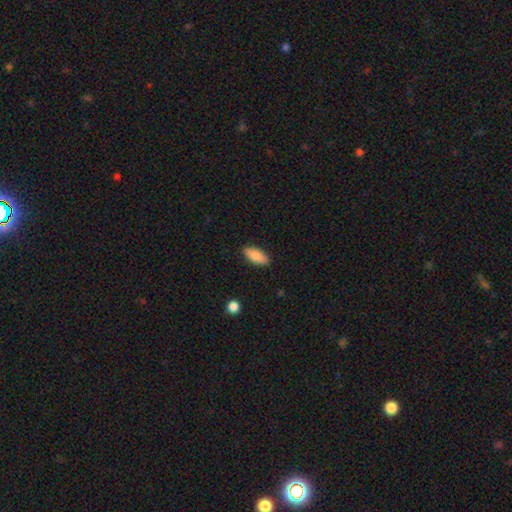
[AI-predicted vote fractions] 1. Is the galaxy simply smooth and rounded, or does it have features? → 86% smooth, 7% featured or disk, 6% star or artifact.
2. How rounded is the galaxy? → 85% in between, 13% cigar-shaped, 2% round.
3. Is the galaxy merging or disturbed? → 87% none, 9% minor disturbance, 2% major disturbance, 1% merger.